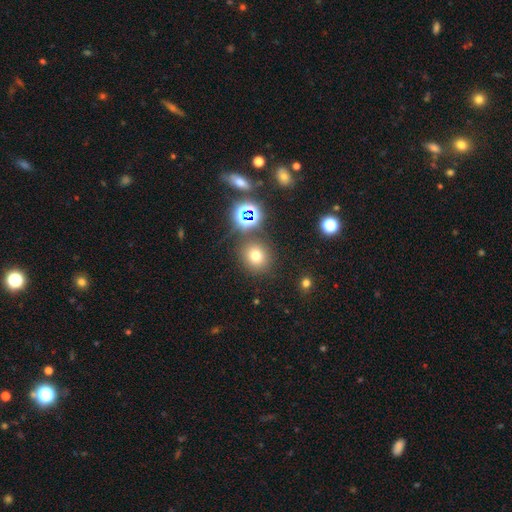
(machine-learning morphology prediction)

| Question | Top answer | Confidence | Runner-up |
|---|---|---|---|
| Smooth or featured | smooth | 66% | star or artifact (25%) |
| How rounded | round | 86% | in between (12%) |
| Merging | none | 82% | minor disturbance (8%) |